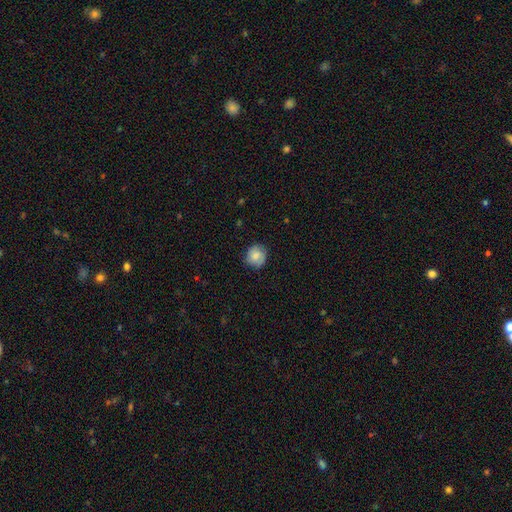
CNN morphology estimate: Smooth or featured: smooth — 74% (featured or disk — 18%)
How rounded: round — 87% (in between — 12%)
Merging: none — 78% (minor disturbance — 17%)